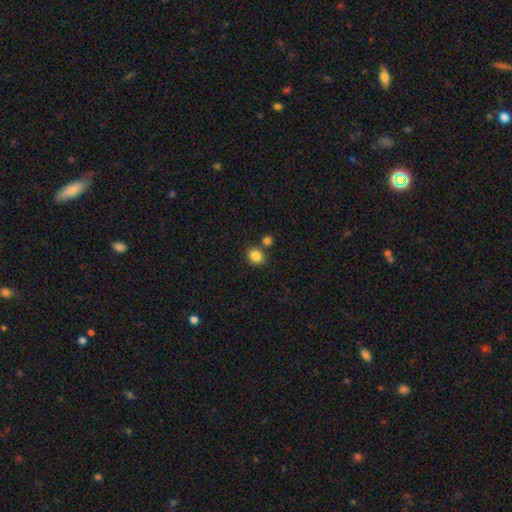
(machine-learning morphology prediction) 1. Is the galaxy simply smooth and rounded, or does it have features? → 84% smooth, 10% star or artifact, 5% featured or disk.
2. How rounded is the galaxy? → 74% round, 25% in between, 1% cigar-shaped.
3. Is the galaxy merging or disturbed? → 72% none, 15% merger, 10% minor disturbance, 3% major disturbance.